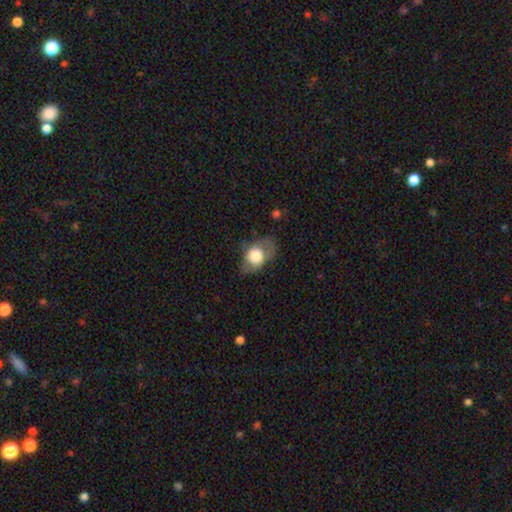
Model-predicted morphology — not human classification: Q: Smooth or featured?
A: smooth (64%); runner-up: featured or disk (29%)
Q: How rounded?
A: in between (70%); runner-up: round (28%)
Q: Merging?
A: none (53%); runner-up: minor disturbance (26%)